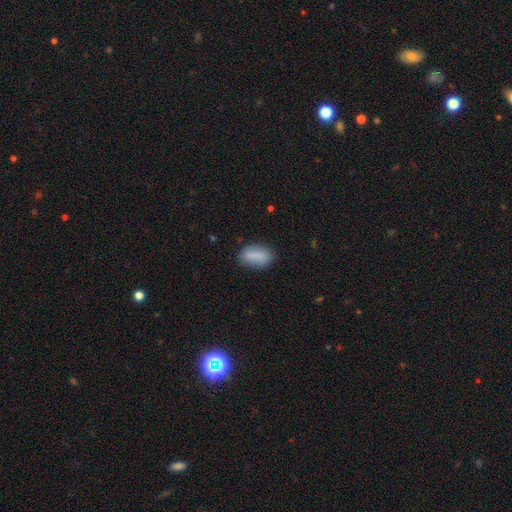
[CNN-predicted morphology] smooth_or_featured: smooth (p=0.83) [alt: featured or disk p=0.10]
how_rounded: in between (p=0.88) [alt: cigar-shaped p=0.07]
merging: none (p=0.75) [alt: minor disturbance p=0.18]